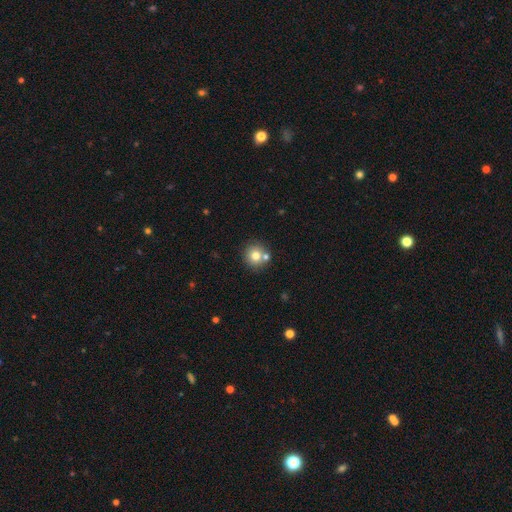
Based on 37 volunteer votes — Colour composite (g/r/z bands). It shows a smooth galaxy with no disk features (89%) that is round (94%). Merging: none (74%).